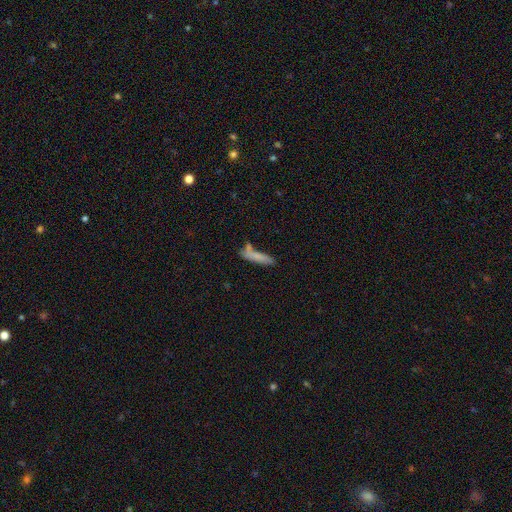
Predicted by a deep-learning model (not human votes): This appears to be a smooth galaxy with no disk features (73%) that is cigar-shaped (82%). Merging: none (55%).